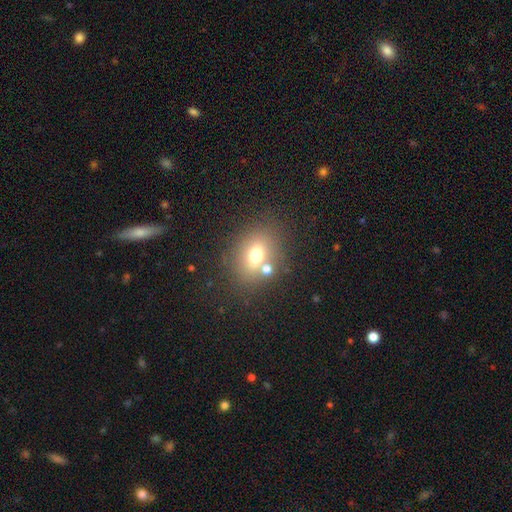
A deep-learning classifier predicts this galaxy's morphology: type=smooth (67%); roundness=in between (54%); merging=none (63%).